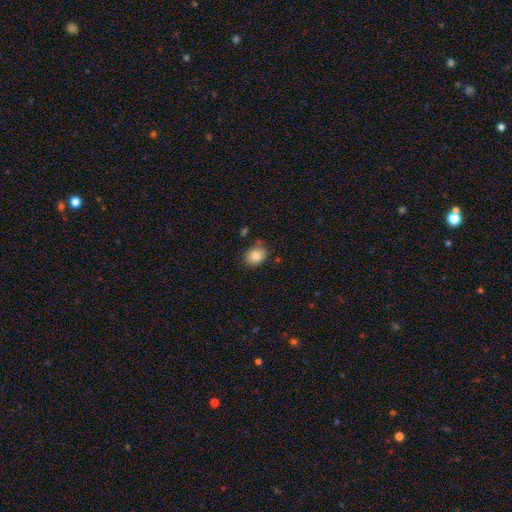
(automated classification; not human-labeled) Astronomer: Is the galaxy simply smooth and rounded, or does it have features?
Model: smooth — 83%.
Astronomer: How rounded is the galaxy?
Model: in between — 50% (runner-up: round, 49%).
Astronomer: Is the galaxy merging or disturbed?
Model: none — 82%.